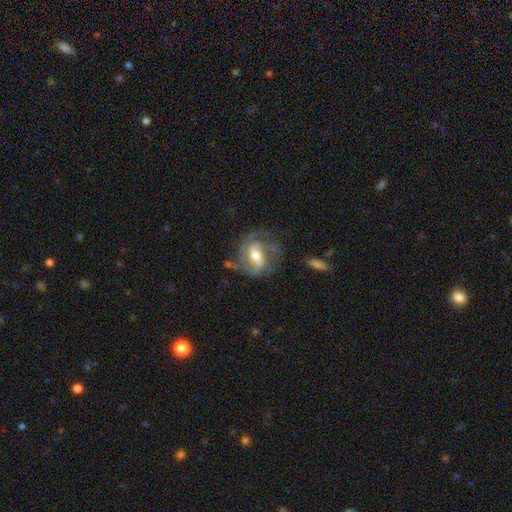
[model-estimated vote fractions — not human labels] A featured or disk galaxy (81%) with a weak bar (45%), 2 (55%) medium (48%) spiral arms (91%) and a moderate central bulge (67%). Merging: none (57%).